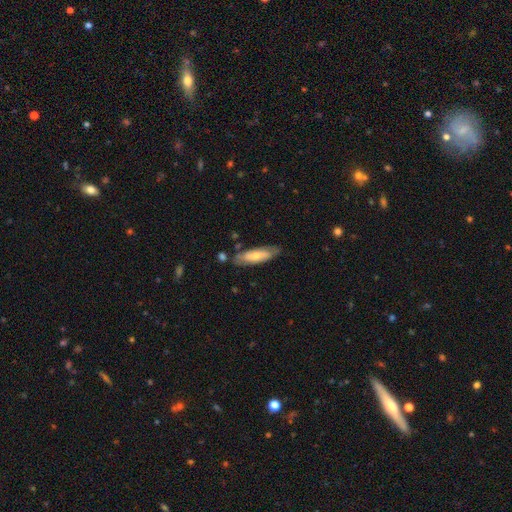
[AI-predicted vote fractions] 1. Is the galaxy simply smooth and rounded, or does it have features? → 53% smooth, 41% featured or disk, 6% star or artifact.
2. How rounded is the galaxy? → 51% cigar-shaped, 47% in between, 2% round.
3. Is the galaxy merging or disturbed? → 74% none, 18% minor disturbance, 4% merger, 4% major disturbance.